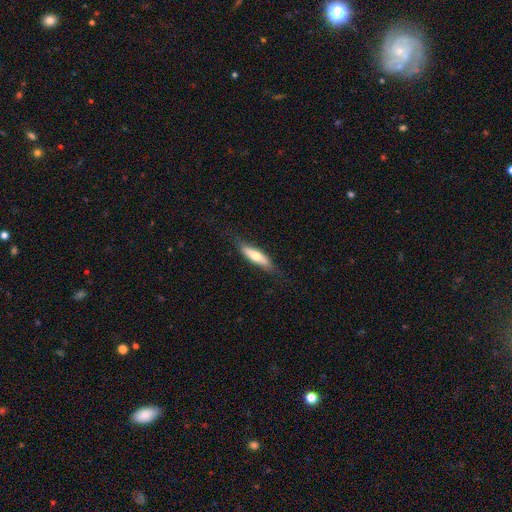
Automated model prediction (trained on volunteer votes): Smooth or featured: smooth — 63% (featured or disk — 31%)
How rounded: cigar-shaped — 65% (in between — 33%)
Merging: none — 77% (minor disturbance — 17%)